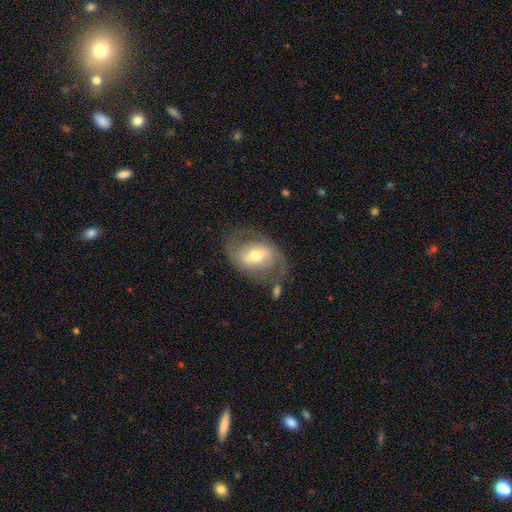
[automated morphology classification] smooth-or-featured: featured or disk: 75% | smooth: 19% | star or artifact: 6%
  disk-edge-on: no: 96% | yes: 4%
    bar: weak: 42% | strong: 33% | no: 25%
    has-spiral-arms: yes: 82% | no: 18%
      spiral-winding: medium: 49% | loose: 30% | tight: 21%
      spiral-arm-count: 2: 87% | can't tell: 7% | 1: 3% | 3: 1% | 4: 1% | more than 4: 1%
    bulge-size: moderate: 63% | small: 28% | large: 7% | dominant: 1% | none: 1%
  merging: none: 69% | minor disturbance: 16% | major disturbance: 11% | merger: 4%